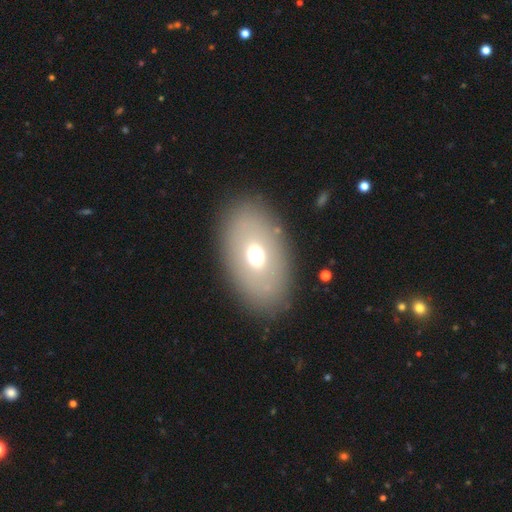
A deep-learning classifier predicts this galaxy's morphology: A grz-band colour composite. It shows a smooth galaxy with no disk features (61%) that is in between round and cigar-shaped (86%). Merging: none (84%).